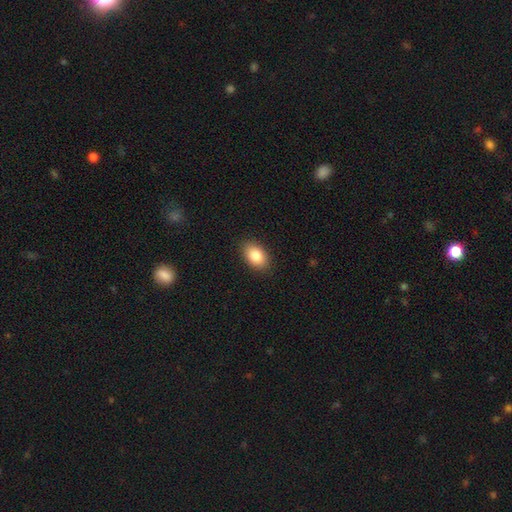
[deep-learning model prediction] smooth 85%, featured or disk 8%, star or artifact 8%. Down the decision tree: how rounded — in between (88%); merging — none (88%).